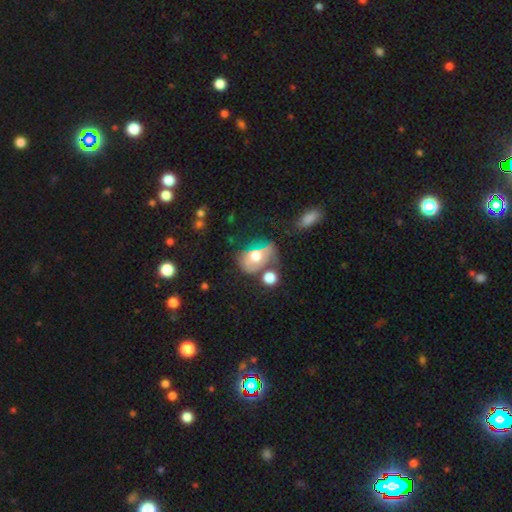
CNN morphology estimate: This appears to be a smooth galaxy with no disk features (52%) that is in between round and cigar-shaped (65%). Merging: none (37%).